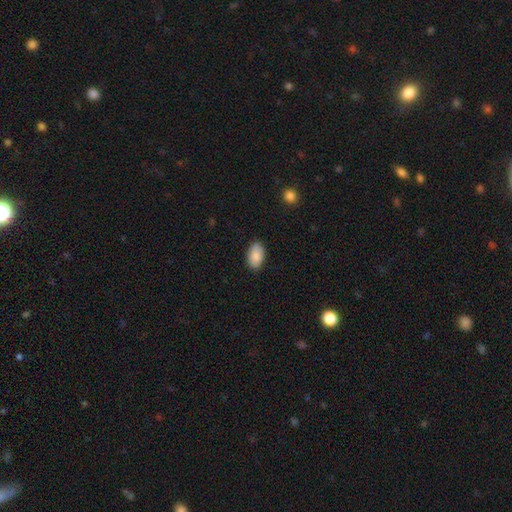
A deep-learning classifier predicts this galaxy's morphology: Q: Smooth or featured?
A: smooth (88%); runner-up: star or artifact (7%)
Q: How rounded?
A: in between (93%); runner-up: round (5%)
Q: Merging?
A: none (87%); runner-up: minor disturbance (10%)